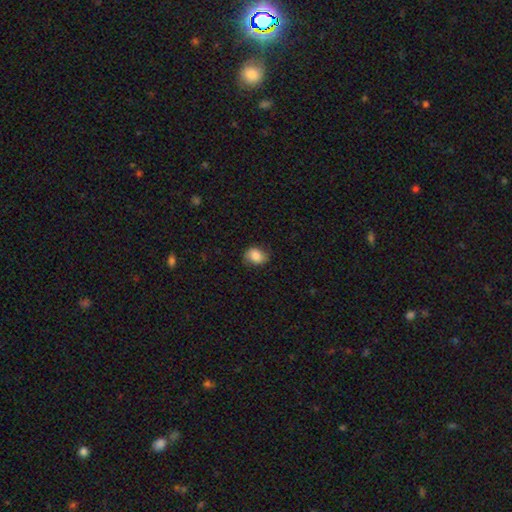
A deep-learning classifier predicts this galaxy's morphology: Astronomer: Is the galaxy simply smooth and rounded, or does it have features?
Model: smooth — 80%.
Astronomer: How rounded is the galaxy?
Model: in between — 54% (runner-up: round, 45%).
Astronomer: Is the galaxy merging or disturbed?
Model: none — 76%.